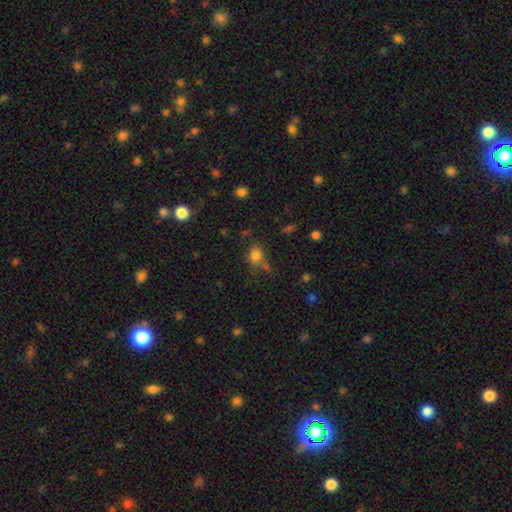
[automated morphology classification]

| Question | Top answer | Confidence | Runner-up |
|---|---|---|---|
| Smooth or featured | smooth | 78% | star or artifact (15%) |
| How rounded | round | 61% | in between (37%) |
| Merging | none | 60% | minor disturbance (18%) |